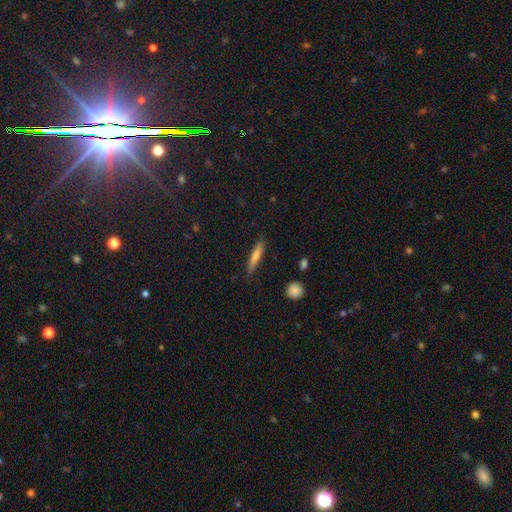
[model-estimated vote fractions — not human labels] Q: Smooth or featured?
A: smooth (63%); runner-up: featured or disk (30%)
Q: How rounded?
A: cigar-shaped (88%); runner-up: in between (10%)
Q: Merging?
A: none (84%); runner-up: minor disturbance (12%)